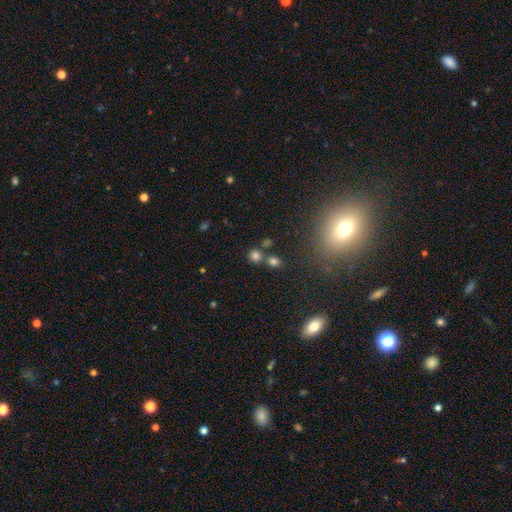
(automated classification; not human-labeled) This is likely a smooth galaxy (75%). How rounded: clearly round (84%). Merging: likely none (62%).